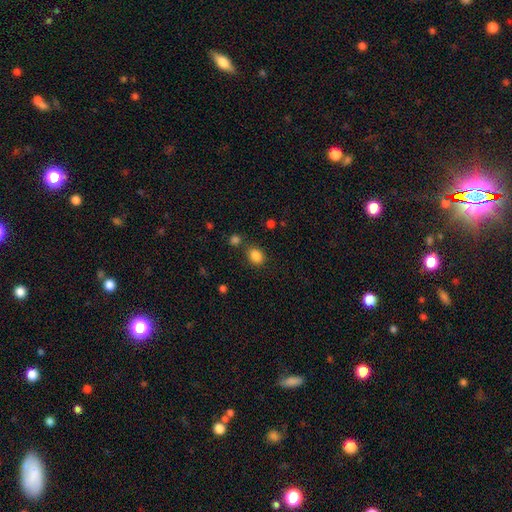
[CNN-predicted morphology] Smooth or featured? smooth (85%)
How rounded? in between (50%)
Merging? none (76%)